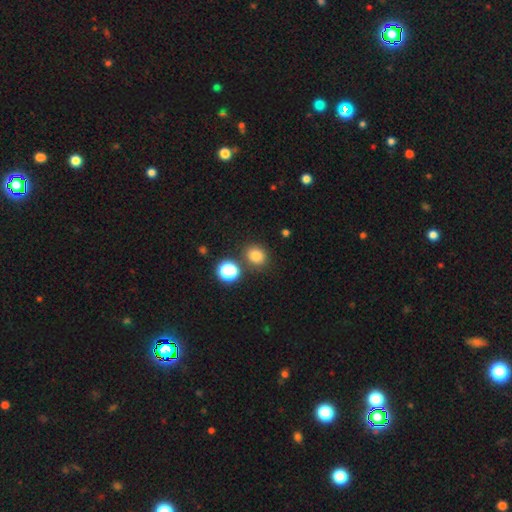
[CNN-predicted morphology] A smooth galaxy with no disk features (79%) that is round (73%). Merging: none (80%).